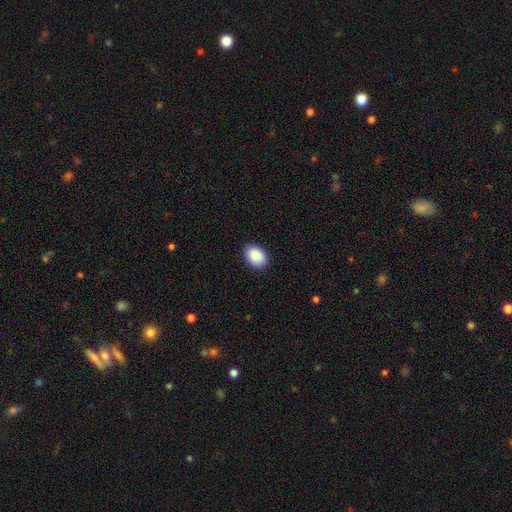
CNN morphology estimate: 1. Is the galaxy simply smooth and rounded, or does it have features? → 90% smooth, 7% star or artifact, 3% featured or disk.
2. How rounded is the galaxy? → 73% in between, 26% round, 1% cigar-shaped.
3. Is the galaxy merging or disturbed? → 89% none, 8% minor disturbance, 2% major disturbance, 1% merger.